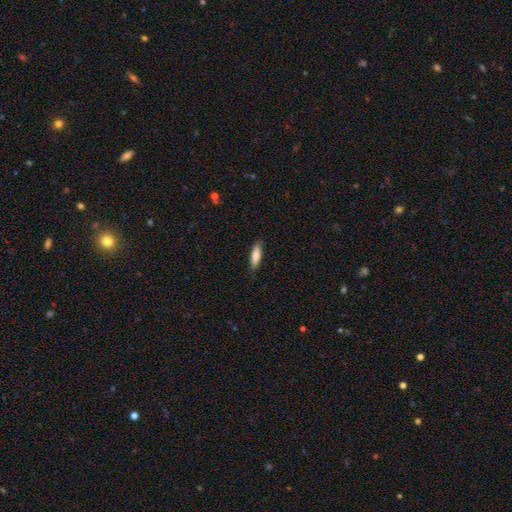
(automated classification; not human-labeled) Q: Smooth or featured?
A: smooth (76%); runner-up: featured or disk (18%)
Q: How rounded?
A: cigar-shaped (62%); runner-up: in between (37%)
Q: Merging?
A: none (85%); runner-up: minor disturbance (12%)